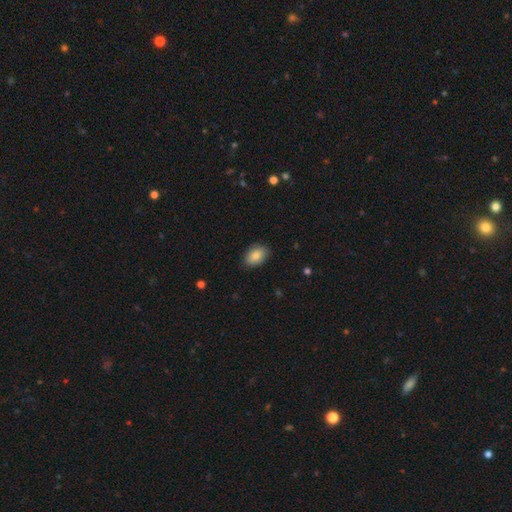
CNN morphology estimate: A smooth galaxy with no disk features (87%) that is in between round and cigar-shaped (88%).

Vote fractions:
- Smooth or featured? smooth: 87% / star or artifact: 7% / featured or disk: 6%
- How rounded? in between: 88% / round: 11% / cigar-shaped: 1%
- Merging? none: 84% / minor disturbance: 12% / major disturbance: 2% / merger: 1%